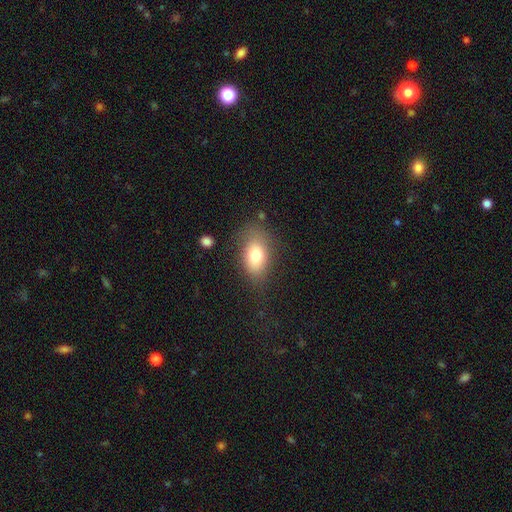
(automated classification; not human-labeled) A smooth galaxy with no disk features (78%) that is in between round and cigar-shaped (86%).

Vote fractions:
- Smooth or featured? smooth: 78% / featured or disk: 13% / star or artifact: 9%
- How rounded? in between: 86% / round: 12% / cigar-shaped: 2%
- Merging? none: 70% / minor disturbance: 19% / major disturbance: 8% / merger: 2%